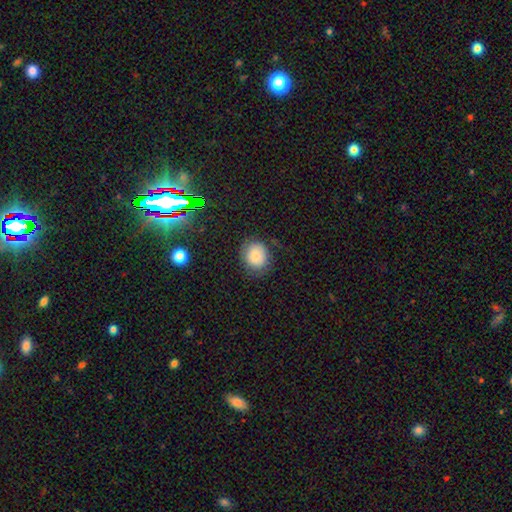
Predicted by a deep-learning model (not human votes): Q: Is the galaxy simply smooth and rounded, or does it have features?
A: smooth — 80%.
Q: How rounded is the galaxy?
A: round — 68%.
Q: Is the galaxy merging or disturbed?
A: none — 73%.